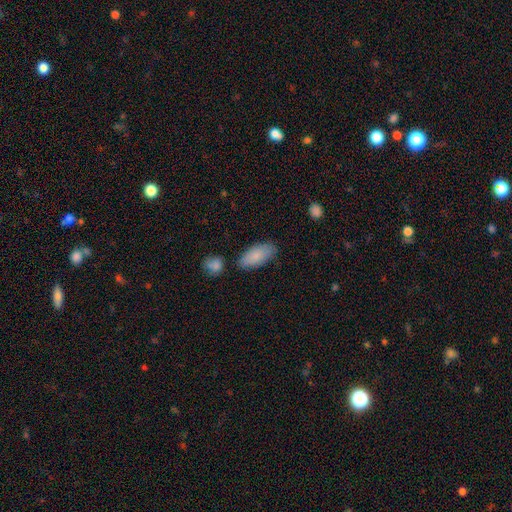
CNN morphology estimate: type=smooth (86%); roundness=in between (88%); merging=none (78%).